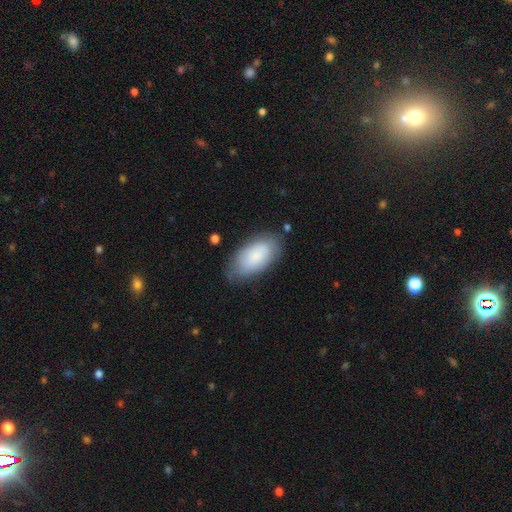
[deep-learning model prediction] Smooth or featured? smooth (79%)
How rounded? in between (95%)
Merging? none (73%)